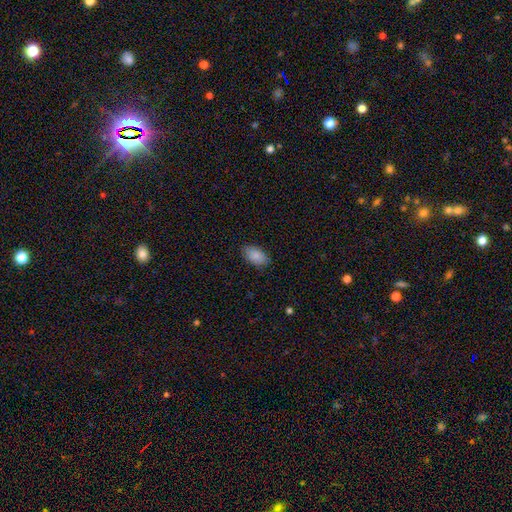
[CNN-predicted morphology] This appears to be a smooth galaxy with no disk features (87%) that is in between round and cigar-shaped (93%). Merging: none (84%).